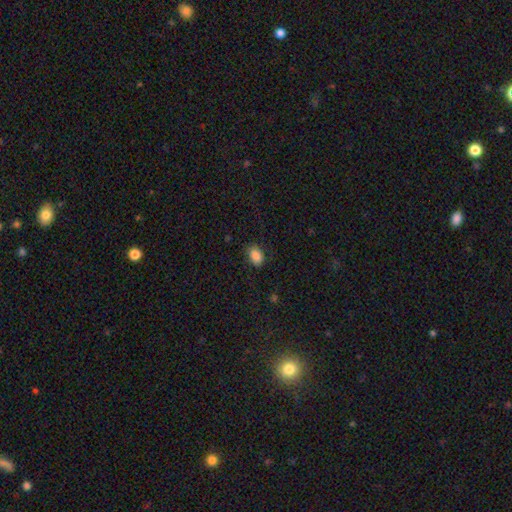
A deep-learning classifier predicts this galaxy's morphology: smooth_or_featured: smooth (p=0.86) [alt: star or artifact p=0.09]
how_rounded: in between (p=0.82) [alt: round p=0.17]
merging: none (p=0.79) [alt: minor disturbance p=0.15]